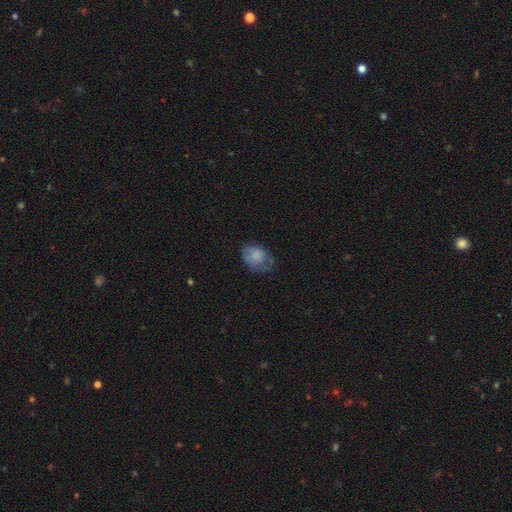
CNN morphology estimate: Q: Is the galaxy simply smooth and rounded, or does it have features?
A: smooth — 67%.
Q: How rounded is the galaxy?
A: in between — 76%.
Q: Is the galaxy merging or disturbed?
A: none — 43%.